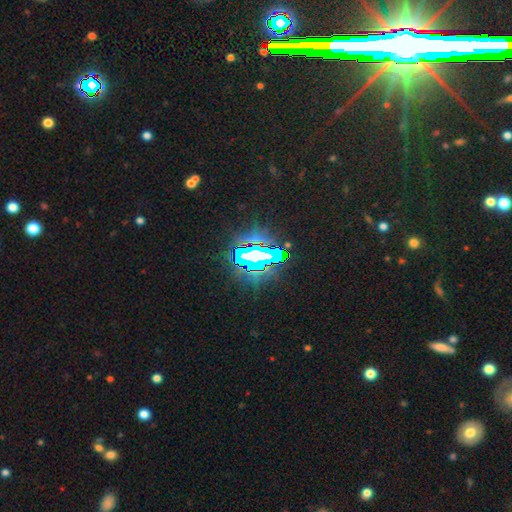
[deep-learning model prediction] star or artifact 72%, featured or disk 14%, smooth 14%.